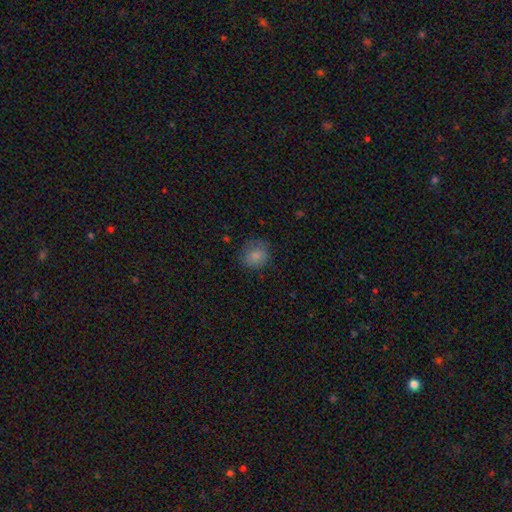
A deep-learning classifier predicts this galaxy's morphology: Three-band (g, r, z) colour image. It shows a smooth galaxy with no disk features (83%) that is round (78%). Merging: none (73%).